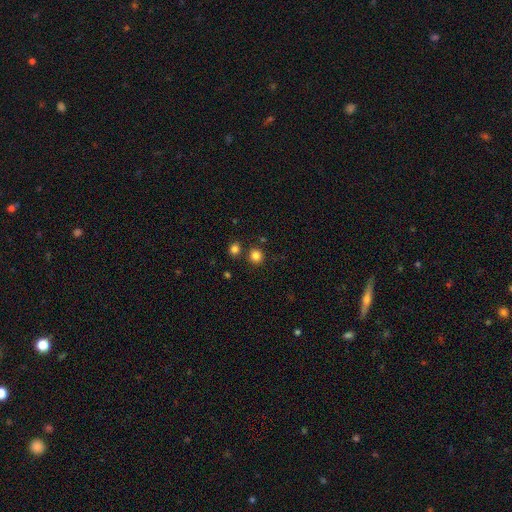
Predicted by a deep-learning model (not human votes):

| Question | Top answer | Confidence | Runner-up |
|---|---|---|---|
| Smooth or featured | smooth | 82% | star or artifact (13%) |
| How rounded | round | 92% | in between (7%) |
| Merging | none | 82% | merger (9%) |